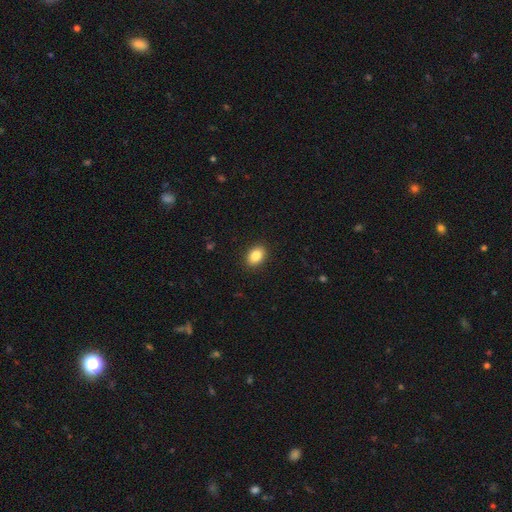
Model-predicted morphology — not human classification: Overall: smooth (86%). How rounded: in between (78%). Merging: none (90%).